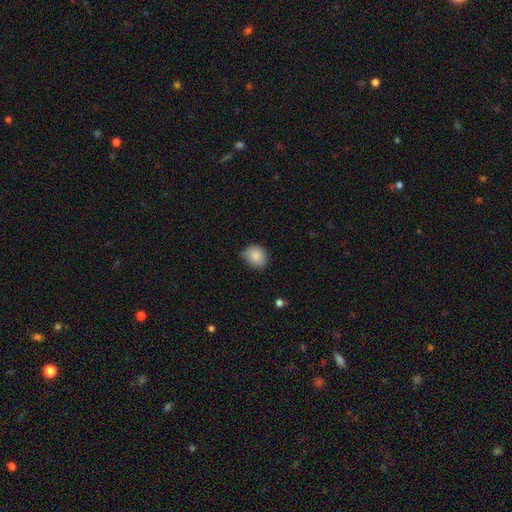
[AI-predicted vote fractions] smooth 85%, star or artifact 8%, featured or disk 6%. Down the decision tree: how rounded — round (71%); merging — none (71%).